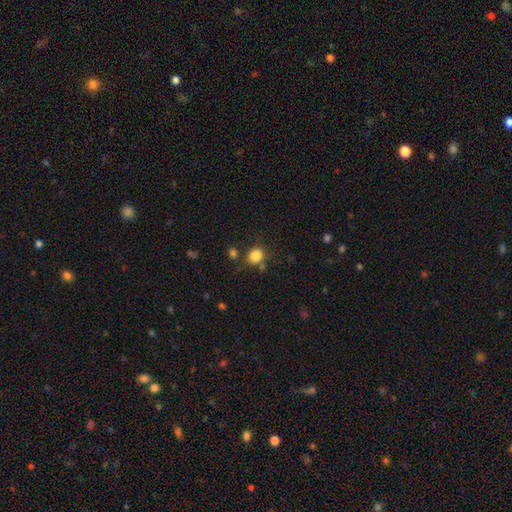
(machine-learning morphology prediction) Q: Smooth or featured?
A: smooth (84%); runner-up: star or artifact (11%)
Q: How rounded?
A: round (66%); runner-up: in between (34%)
Q: Merging?
A: none (72%); runner-up: minor disturbance (14%)